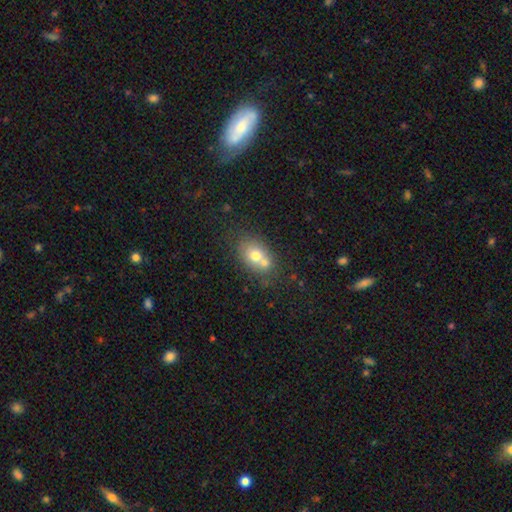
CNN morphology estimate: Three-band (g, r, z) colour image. It shows a smooth galaxy with no disk features (67%) that is in between round and cigar-shaped (66%). Merging: merger (44%).